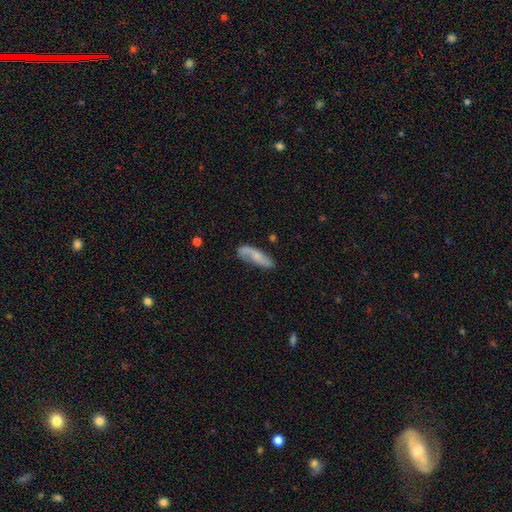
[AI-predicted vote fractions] A smooth galaxy with no disk features (50%). Merging: none (63%).